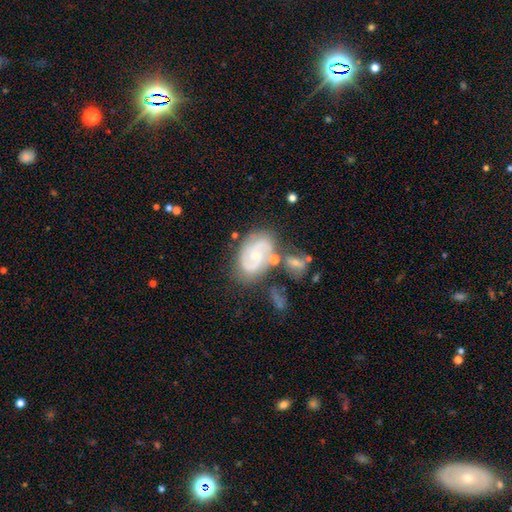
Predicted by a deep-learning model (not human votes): This is likely a featured or disk galaxy (79%). It is clearly not viewed edge-on (97%). Bar: possibly no (57%). Spiral arm pattern: clearly yes (94%). Spiral arm count: likely 2 (77%). Spiral winding: possibly medium (46%). Central bulge: likely small (66%). Merging: possibly none (56%).